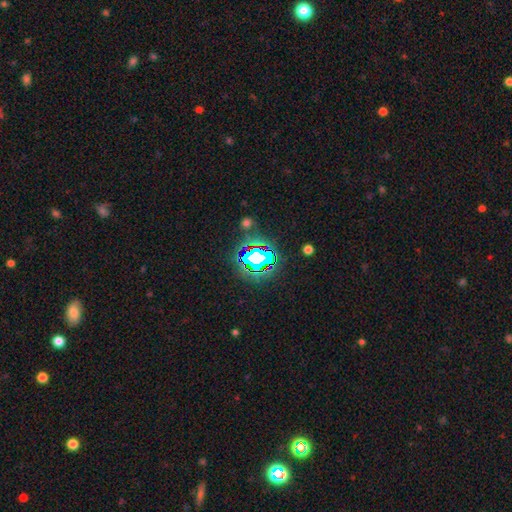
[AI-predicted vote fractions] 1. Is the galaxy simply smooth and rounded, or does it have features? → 68% star or artifact, 18% smooth, 13% featured or disk.